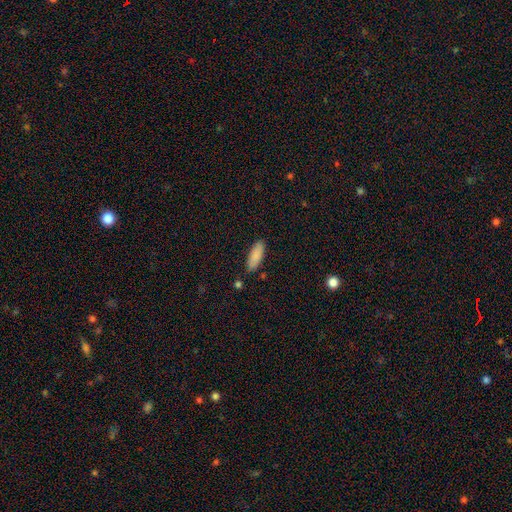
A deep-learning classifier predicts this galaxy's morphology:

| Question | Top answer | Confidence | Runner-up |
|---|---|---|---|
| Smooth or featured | smooth | 87% | featured or disk (7%) |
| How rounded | in between | 68% | cigar-shaped (30%) |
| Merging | none | 85% | minor disturbance (10%) |